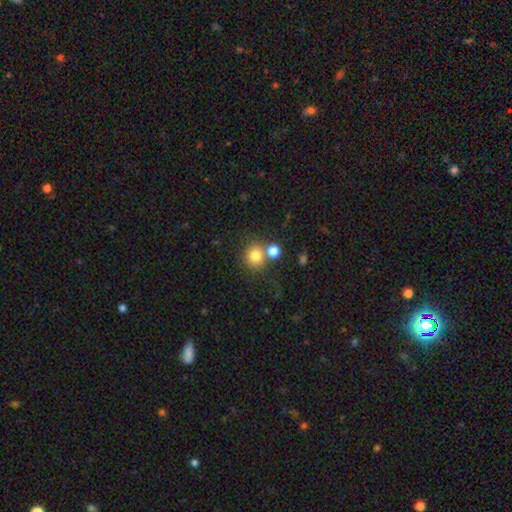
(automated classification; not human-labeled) A smooth galaxy with no disk features (80%) that is round (87%). Merging: none (65%).